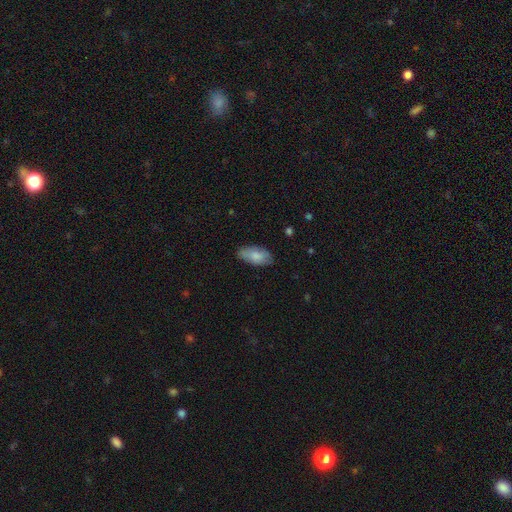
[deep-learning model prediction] smooth_or_featured: smooth (p=0.79) [alt: featured or disk p=0.15]
how_rounded: in between (p=0.92) [alt: cigar-shaped p=0.06]
merging: none (p=0.75) [alt: minor disturbance p=0.20]